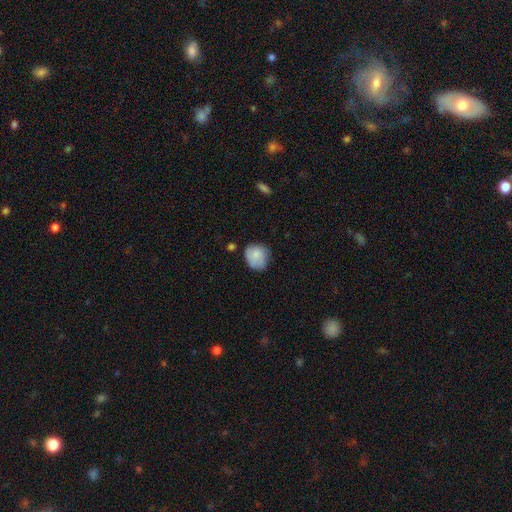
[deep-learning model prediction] Q: Smooth or featured?
A: smooth (80%); runner-up: featured or disk (13%)
Q: How rounded?
A: round (71%); runner-up: in between (28%)
Q: Merging?
A: none (60%); runner-up: minor disturbance (29%)